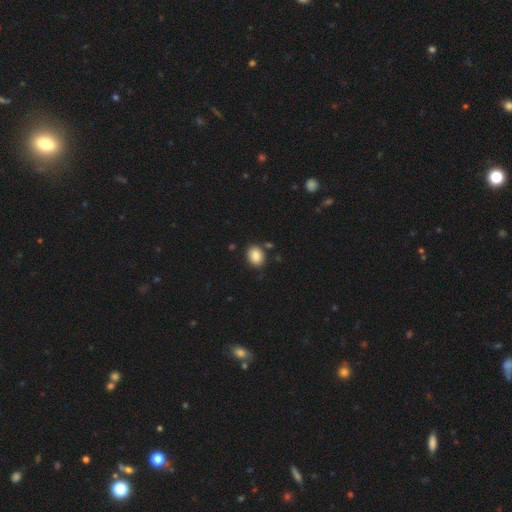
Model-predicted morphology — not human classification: smooth-or-featured: smooth: 86% | star or artifact: 9% | featured or disk: 5%
  how-rounded: in between: 54% | round: 45% | cigar-shaped: 1%
  merging: none: 83% | minor disturbance: 10% | merger: 4% | major disturbance: 3%